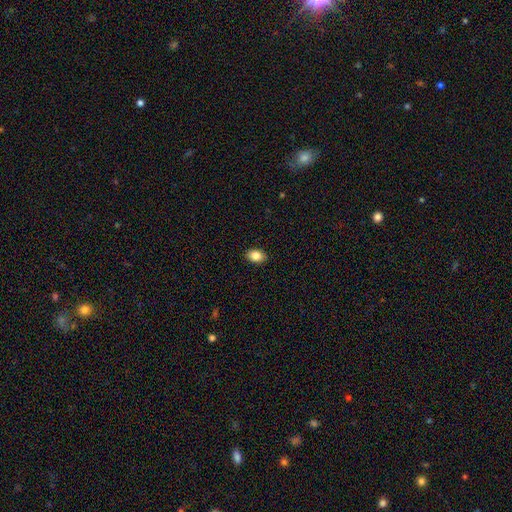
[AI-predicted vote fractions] Smooth or featured? smooth (85%)
How rounded? in between (83%)
Merging? none (89%)